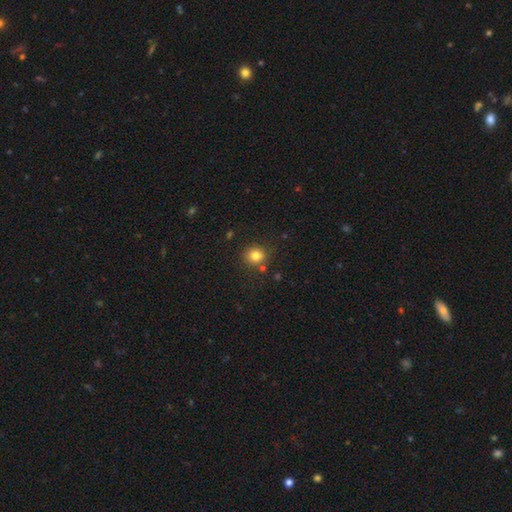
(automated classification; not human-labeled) The model was most divided on "how rounded": round: 81%, in between: 18%, cigar-shaped: 1%. More confident: smooth or featured — smooth (80%); merging — none (79%).